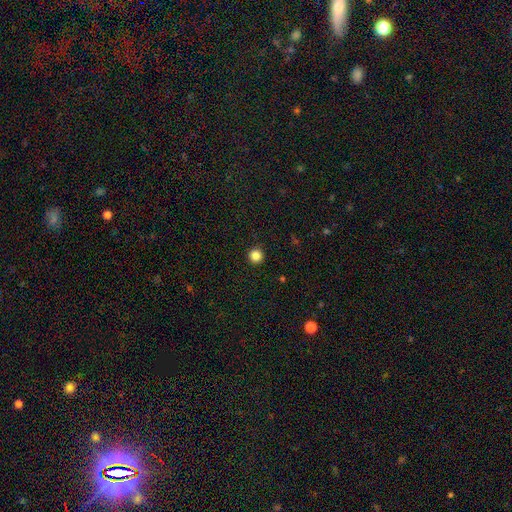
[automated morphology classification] type=smooth (84%); roundness=round (96%); merging=none (93%).